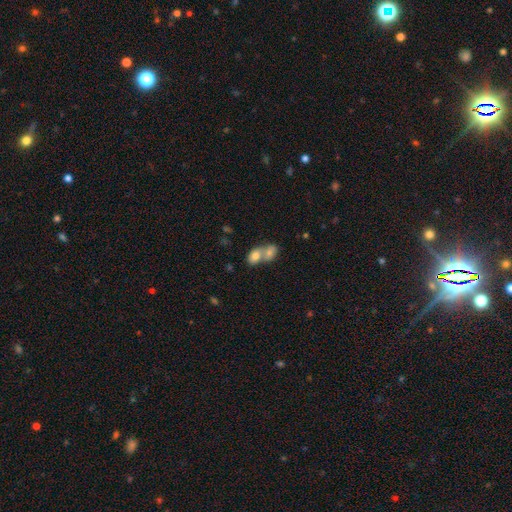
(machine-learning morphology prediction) smooth 76%, featured or disk 15%, star or artifact 9%. Down the decision tree: how rounded — in between (71%); merging — merger (74%).